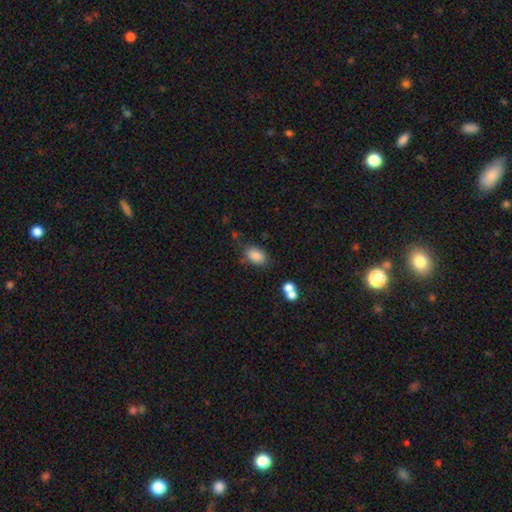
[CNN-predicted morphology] type=smooth (85%); roundness=in between (87%); merging=none (70%).